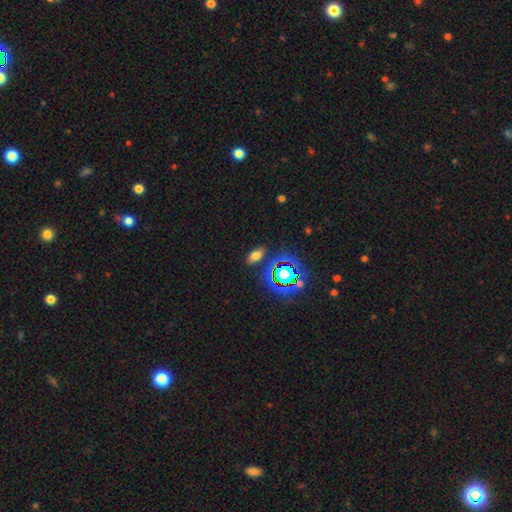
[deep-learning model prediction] Smooth or featured? smooth (63%)
How rounded? in between (83%)
Merging? none (84%)